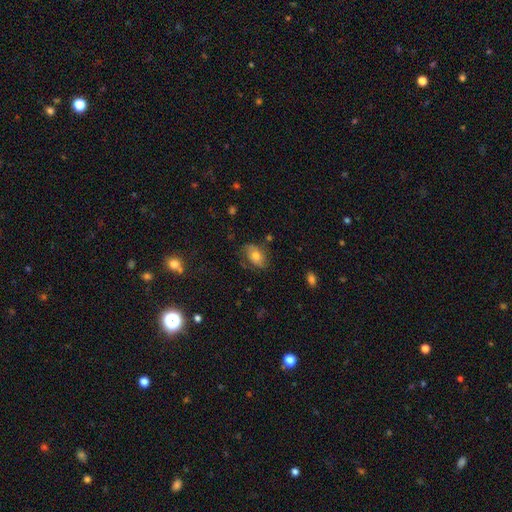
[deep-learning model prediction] The model was most divided on "smooth or featured": smooth: 61%, featured or disk: 29%, star or artifact: 10%. More confident: how rounded — in between (82%); merging — none (66%).